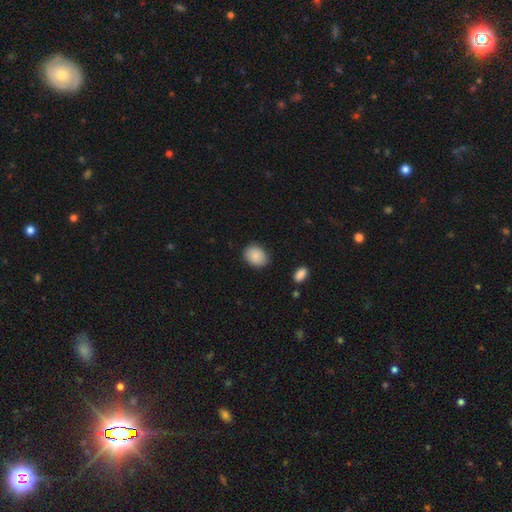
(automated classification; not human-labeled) Smooth or featured? Predicted: smooth (p=0.88). How rounded? Predicted: in between (p=0.62). Merging? Predicted: none (p=0.82).